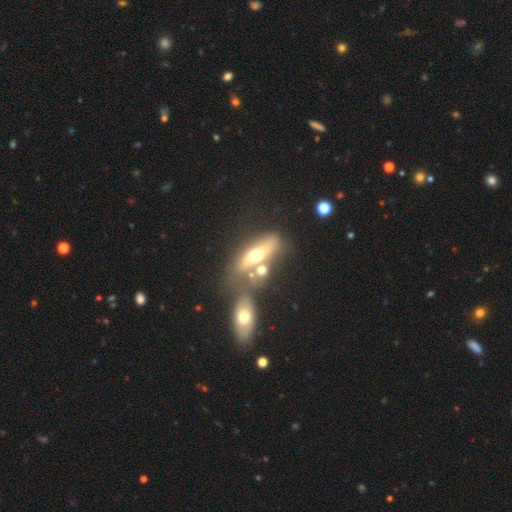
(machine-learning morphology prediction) This is possibly a featured or disk galaxy (47%). Merging: marginally none (42%).